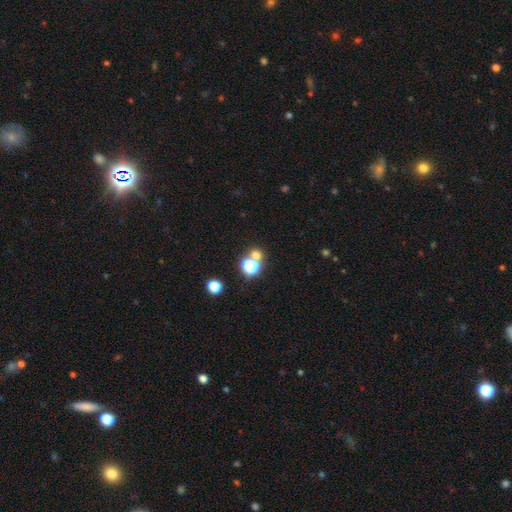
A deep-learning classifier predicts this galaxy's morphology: smooth-or-featured: smooth: 60% | star or artifact: 32% | featured or disk: 8%
  how-rounded: round: 83% | in between: 16% | cigar-shaped: 1%
  merging: none: 61% | merger: 28% | minor disturbance: 7% | major disturbance: 4%